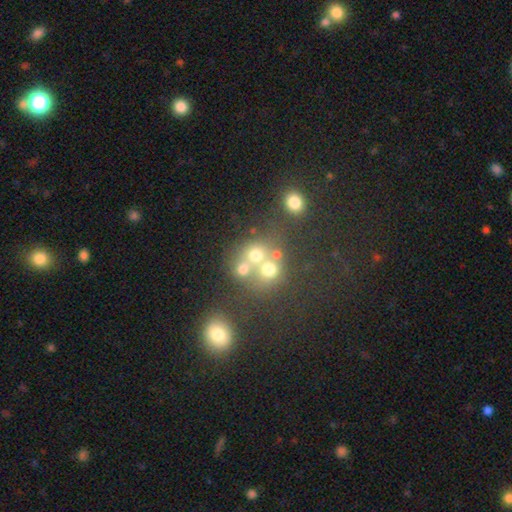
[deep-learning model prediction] Smooth or featured?
  - smooth: 59% *
  - star or artifact: 22%
  - featured or disk: 18%
How rounded?
  - round: 79% *
  - in between: 20%
  - cigar-shaped: 1%
Merging?
  - none: 47% *
  - merger: 38%
  - minor disturbance: 9%
  - major disturbance: 6%